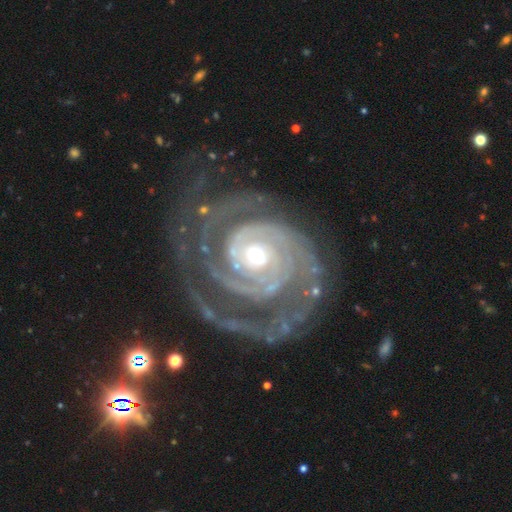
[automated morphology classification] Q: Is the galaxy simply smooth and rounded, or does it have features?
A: featured or disk — 93%.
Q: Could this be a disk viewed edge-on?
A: no — 98%.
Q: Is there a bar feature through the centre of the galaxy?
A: no — 68%.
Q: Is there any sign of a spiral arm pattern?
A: yes — 98%.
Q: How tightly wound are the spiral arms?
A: tight — 78%.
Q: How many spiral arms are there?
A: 2 — 51%.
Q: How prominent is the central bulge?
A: small — 58%.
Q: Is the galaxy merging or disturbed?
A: none — 67%.